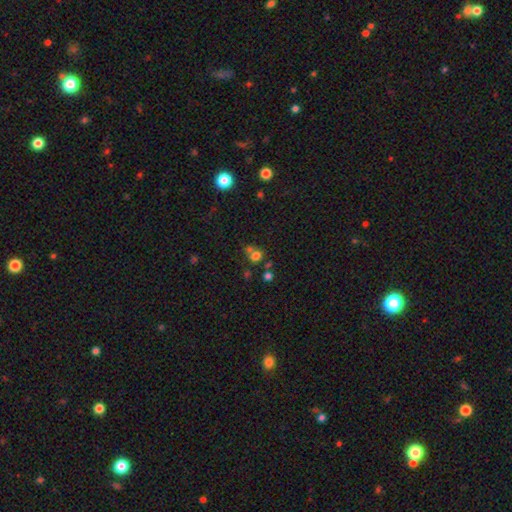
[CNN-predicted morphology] The model was most divided on "merging": none: 49%, merger: 38%, minor disturbance: 9%, major disturbance: 4%. More confident: how rounded — round (79%); smooth or featured — smooth (67%).